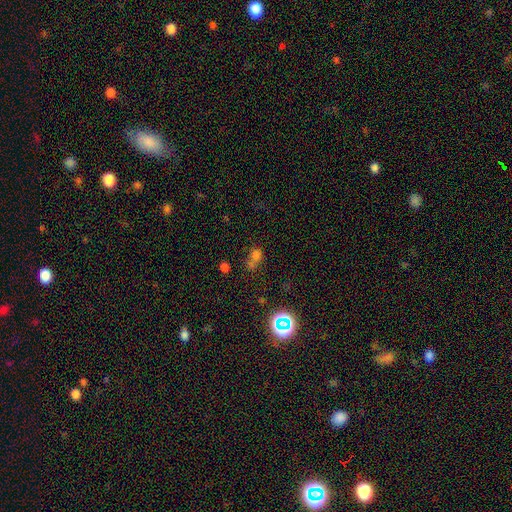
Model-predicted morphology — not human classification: smooth_or_featured: smooth (p=0.62) [alt: star or artifact p=0.25]
how_rounded: round (p=0.59) [alt: in between p=0.38]
merging: merger (p=0.41) [alt: none p=0.34]